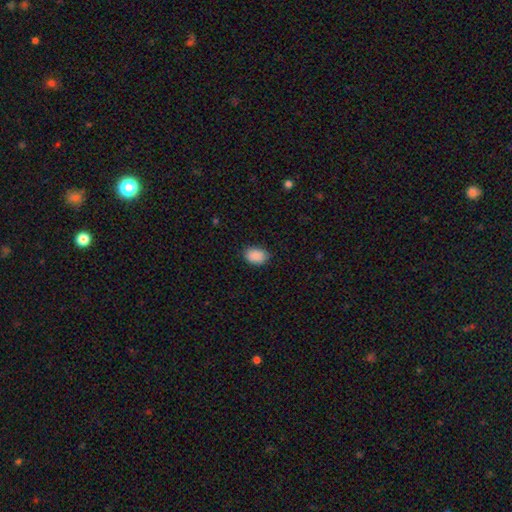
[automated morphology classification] Smooth or featured? smooth (90%)
How rounded? in between (83%)
Merging? none (83%)